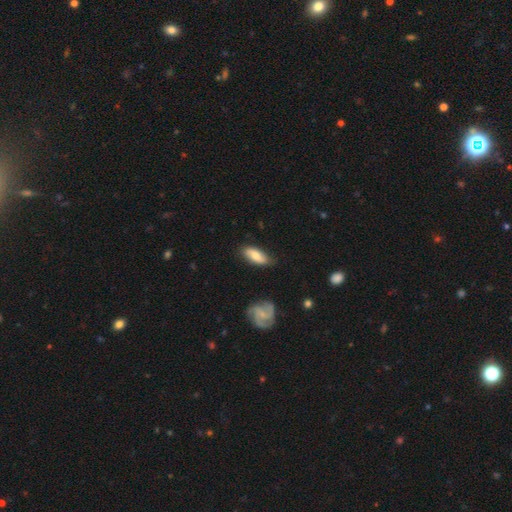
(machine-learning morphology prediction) Smooth or featured? Predicted: smooth (p=0.70). How rounded? Predicted: in between (p=0.79). Merging? Predicted: none (p=0.74).